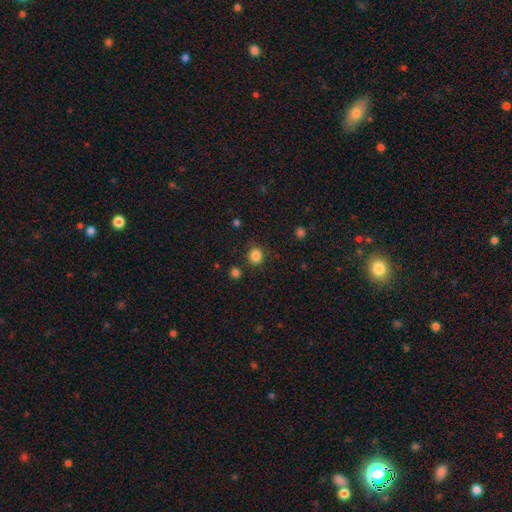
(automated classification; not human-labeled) Smooth or featured? smooth (84%)
How rounded? round (81%)
Merging? none (84%)